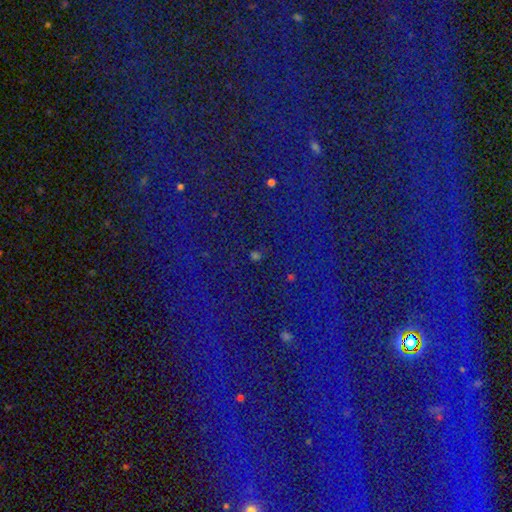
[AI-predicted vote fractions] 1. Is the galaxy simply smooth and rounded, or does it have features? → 69% star or artifact, 22% smooth, 9% featured or disk.